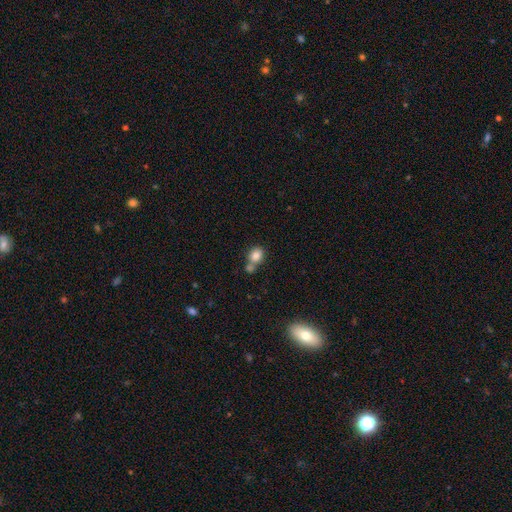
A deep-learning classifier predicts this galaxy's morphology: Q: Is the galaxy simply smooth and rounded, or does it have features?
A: smooth — 83%.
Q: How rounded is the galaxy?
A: round — 59%.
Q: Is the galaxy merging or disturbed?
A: none — 46%.